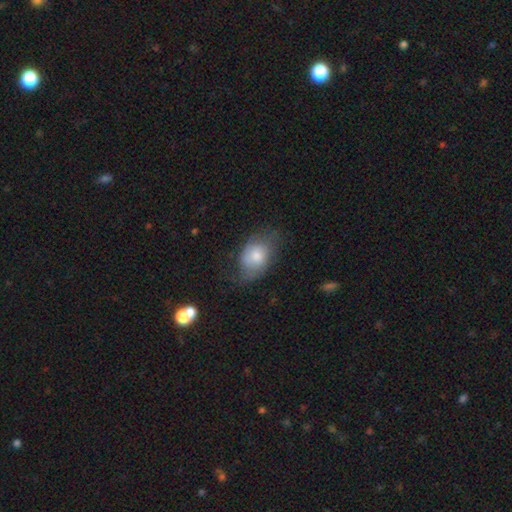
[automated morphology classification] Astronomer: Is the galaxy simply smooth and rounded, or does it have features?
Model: smooth — 60%.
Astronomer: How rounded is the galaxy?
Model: in between — 76%.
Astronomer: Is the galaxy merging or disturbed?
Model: none — 52% (runner-up: minor disturbance, 30%).